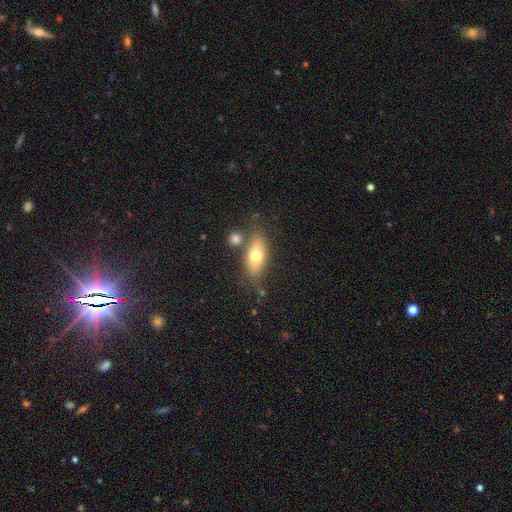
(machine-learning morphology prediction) Q: Smooth or featured?
A: smooth (66%); runner-up: featured or disk (26%)
Q: How rounded?
A: in between (77%); runner-up: cigar-shaped (18%)
Q: Merging?
A: none (66%); runner-up: minor disturbance (16%)